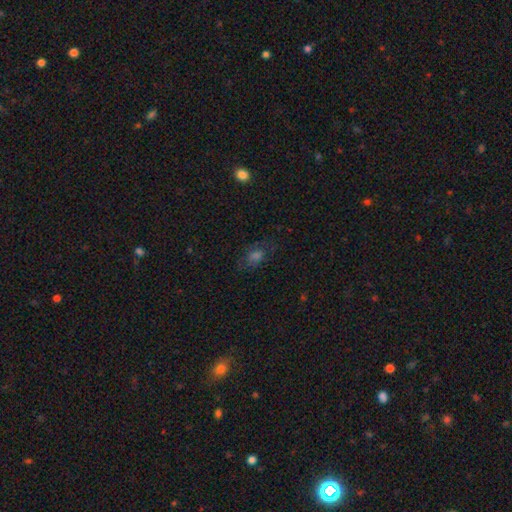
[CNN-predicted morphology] Smooth or featured? smooth (50%)
How rounded? in between (76%)
Merging? none (71%)